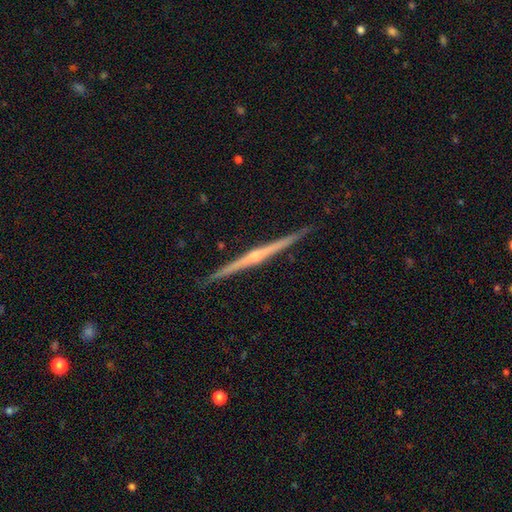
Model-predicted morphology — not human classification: featured or disk 85%, smooth 9%, star or artifact 5%. Down the decision tree: edge-on disk — yes (99%); edge-on bulge — rounded (80%); merging — none (92%).